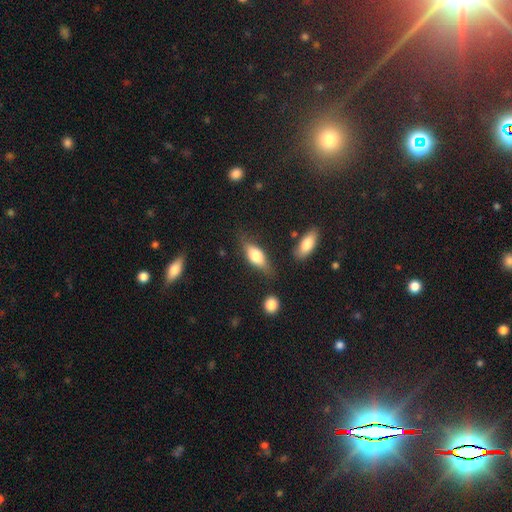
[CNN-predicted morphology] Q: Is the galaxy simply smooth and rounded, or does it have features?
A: smooth — 62%.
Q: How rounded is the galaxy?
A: in between — 70%.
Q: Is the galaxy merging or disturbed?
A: none — 70%.